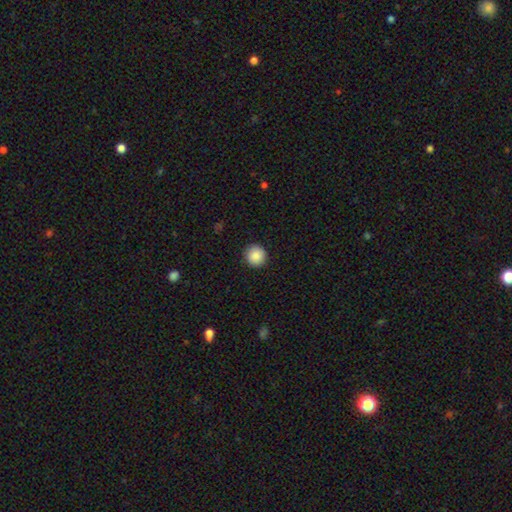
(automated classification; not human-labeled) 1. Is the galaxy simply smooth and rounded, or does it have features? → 88% smooth, 8% star or artifact, 4% featured or disk.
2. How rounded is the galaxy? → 95% round, 4% in between, 1% cigar-shaped.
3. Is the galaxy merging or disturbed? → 92% none, 6% minor disturbance, 2% major disturbance, 1% merger.